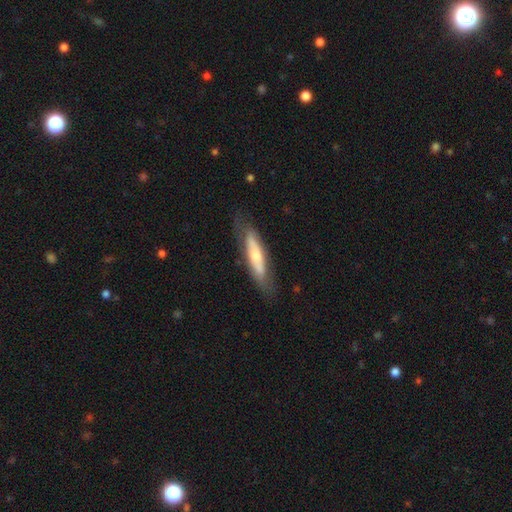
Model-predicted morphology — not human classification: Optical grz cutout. It shows a featured or disk galaxy (48%). Merging: none (75%).